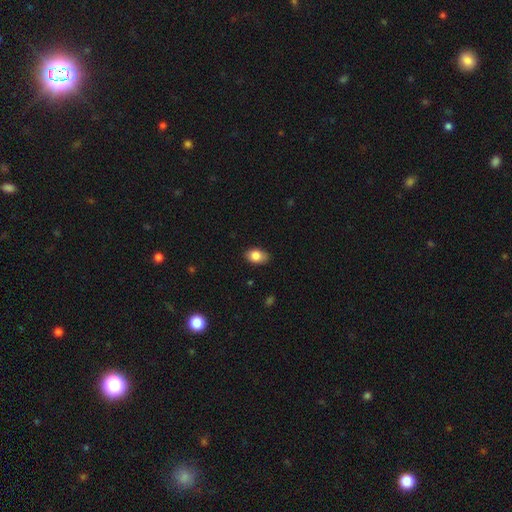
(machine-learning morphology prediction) This is clearly a smooth galaxy (84%). How rounded: clearly in between (84%). Merging: clearly none (84%).